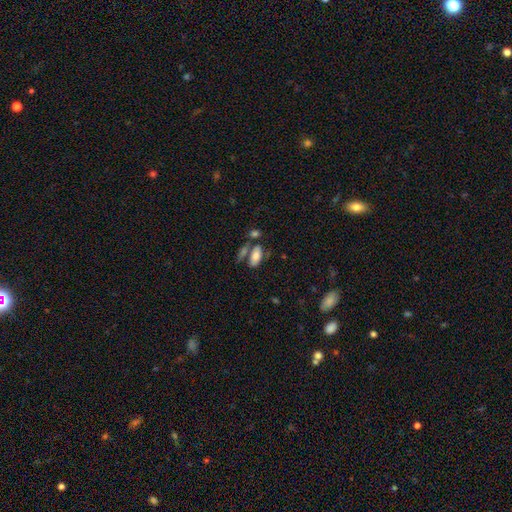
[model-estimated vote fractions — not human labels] Smooth or featured? smooth (76%)
How rounded? in between (85%)
Merging? none (53%)